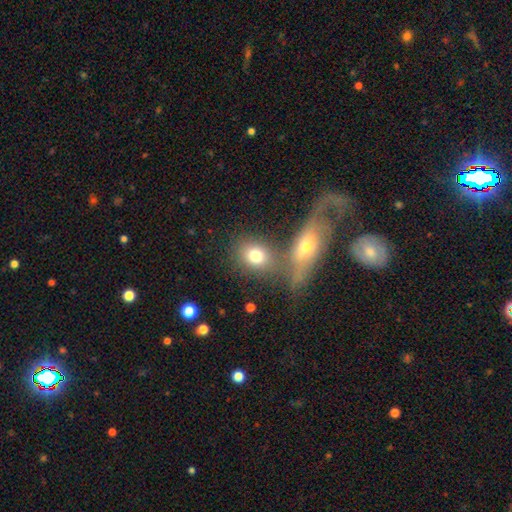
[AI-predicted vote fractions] The model was most divided on "how rounded": in between: 52%, round: 45%, cigar-shaped: 3%. Remaining: smooth or featured — smooth (76%); merging — none (48%).